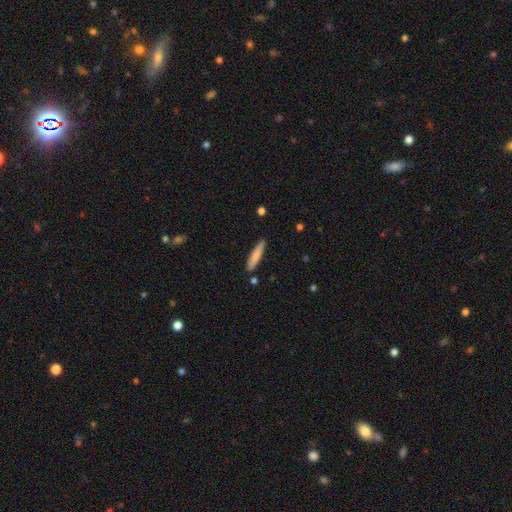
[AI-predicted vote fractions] smooth 79%, featured or disk 15%, star or artifact 6%. Down the decision tree: how rounded — cigar-shaped (90%); merging — none (87%).